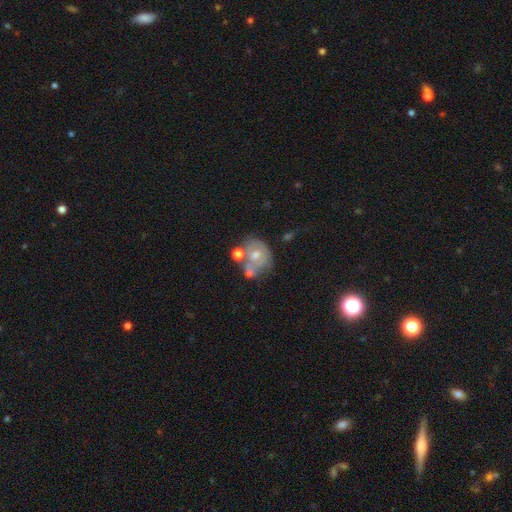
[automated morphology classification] A smooth galaxy with no disk features (47%).

Vote fractions:
- Smooth or featured? smooth: 47% / featured or disk: 44% / star or artifact: 9%
- Merging? none: 34% / merger: 30% / minor disturbance: 21% / major disturbance: 14%